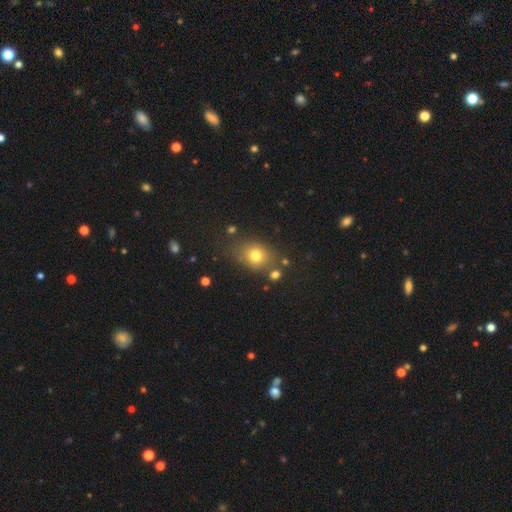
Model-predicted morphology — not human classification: A smooth galaxy with no disk features (75%) that is round (54%). Merging: none (72%).